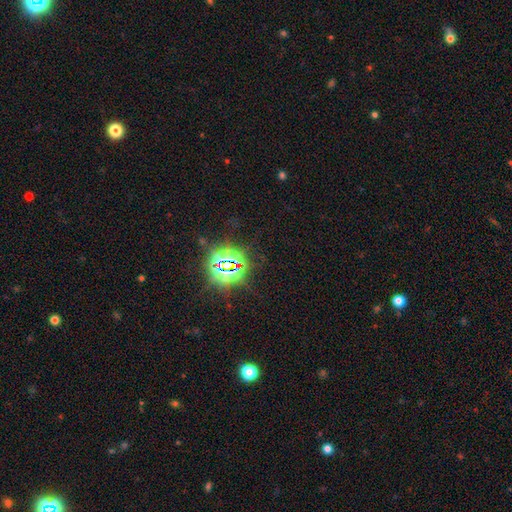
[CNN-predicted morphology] A star or artifact, not a galaxy (84%).

Vote fractions:
- Smooth or featured? star or artifact: 84% / smooth: 10% / featured or disk: 6%